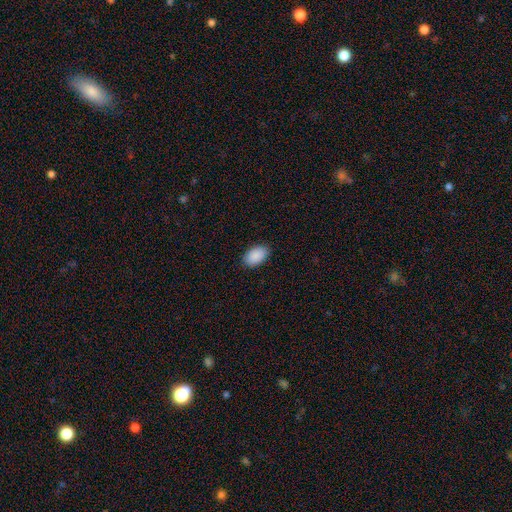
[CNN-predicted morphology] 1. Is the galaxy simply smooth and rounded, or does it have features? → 91% smooth, 6% star or artifact, 3% featured or disk.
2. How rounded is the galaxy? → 94% in between, 5% round, 1% cigar-shaped.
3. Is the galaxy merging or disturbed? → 88% none, 9% minor disturbance, 2% major disturbance, 1% merger.